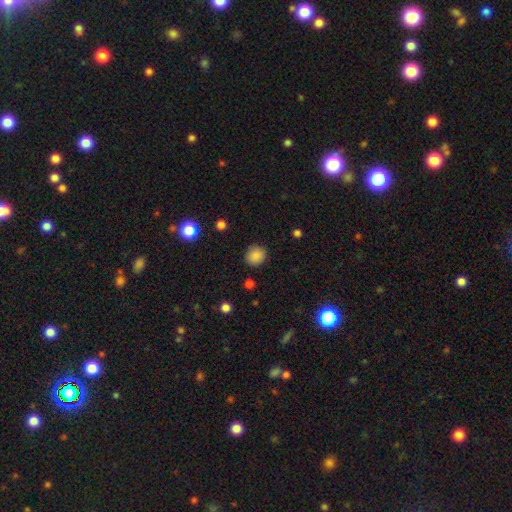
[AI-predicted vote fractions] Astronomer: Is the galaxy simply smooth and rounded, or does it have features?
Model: smooth — 86%.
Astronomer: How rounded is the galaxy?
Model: round — 83%.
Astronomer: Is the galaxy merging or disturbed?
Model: none — 89%.